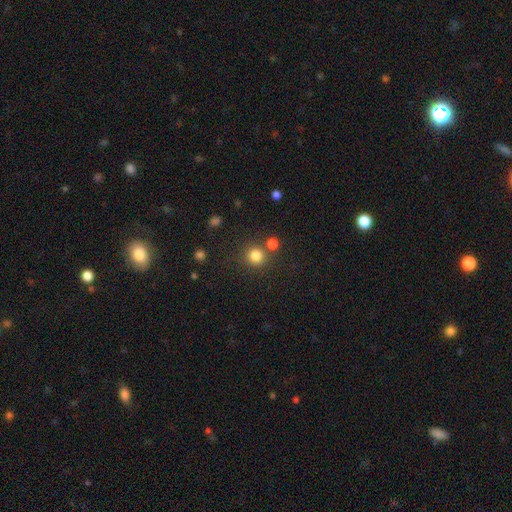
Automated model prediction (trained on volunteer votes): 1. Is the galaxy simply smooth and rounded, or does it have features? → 81% smooth, 13% star or artifact, 5% featured or disk.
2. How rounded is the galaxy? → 92% round, 7% in between, 1% cigar-shaped.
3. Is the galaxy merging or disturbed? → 77% none, 12% merger, 8% minor disturbance, 3% major disturbance.